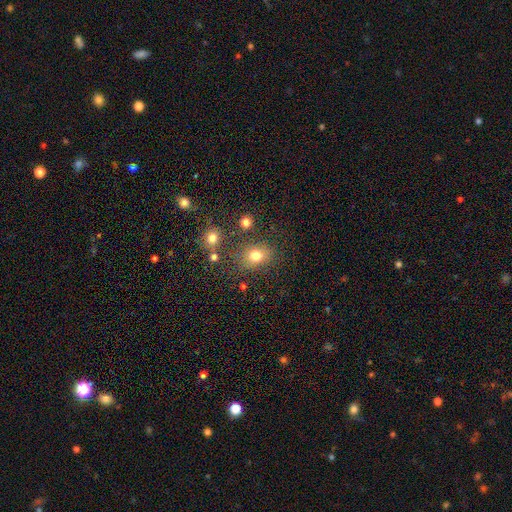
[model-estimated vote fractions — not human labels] Smooth or featured? Predicted: smooth (p=0.77). How rounded? Predicted: round (p=0.56). Merging? Predicted: none (p=0.76).